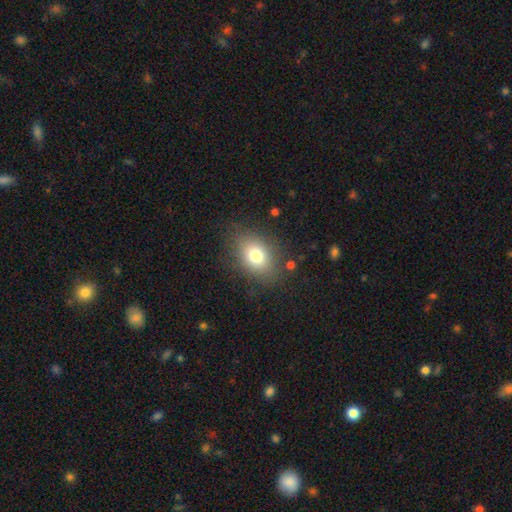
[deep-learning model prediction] Smooth or featured? smooth (77%)
How rounded? in between (74%)
Merging? none (81%)